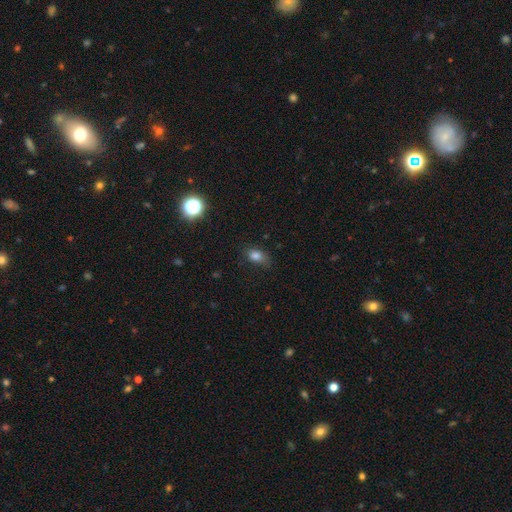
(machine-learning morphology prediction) Overall: smooth (80%). How rounded: in between (76%). Merging: none (64%; minor disturbance 27%).